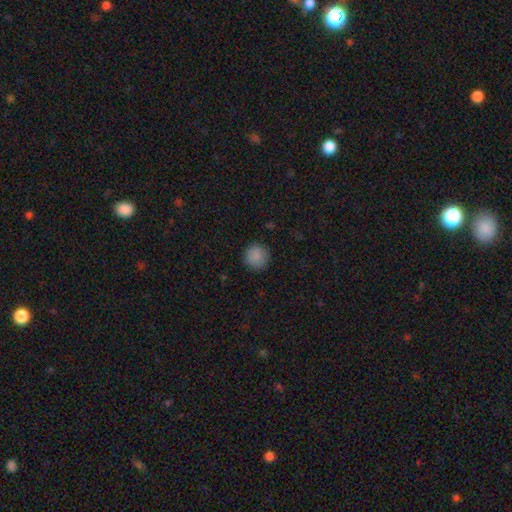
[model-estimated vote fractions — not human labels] The model was most divided on "smooth or featured": smooth: 87%, star or artifact: 9%, featured or disk: 4%. More confident: how rounded — round (93%); merging — none (89%).